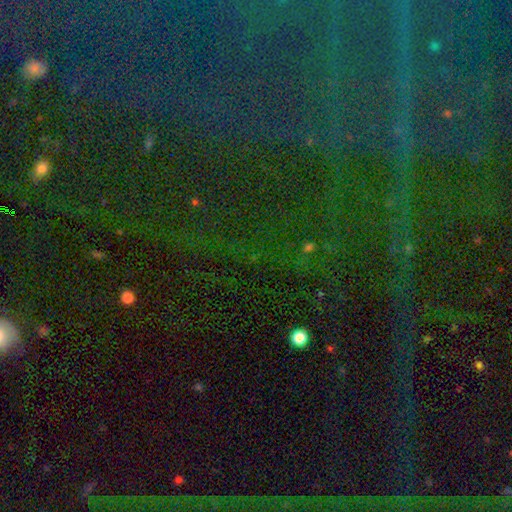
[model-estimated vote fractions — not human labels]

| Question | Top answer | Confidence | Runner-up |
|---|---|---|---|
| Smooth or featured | star or artifact | 81% | smooth (10%) |